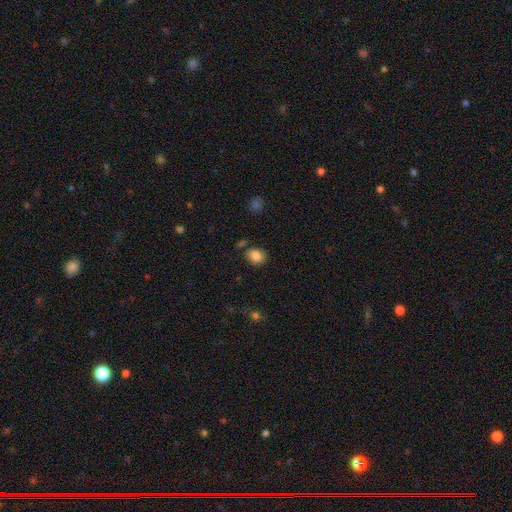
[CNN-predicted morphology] The model was most divided on "how rounded": round: 54%, in between: 45%, cigar-shaped: 1%. More confident: smooth or featured — smooth (84%); merging — none (78%).